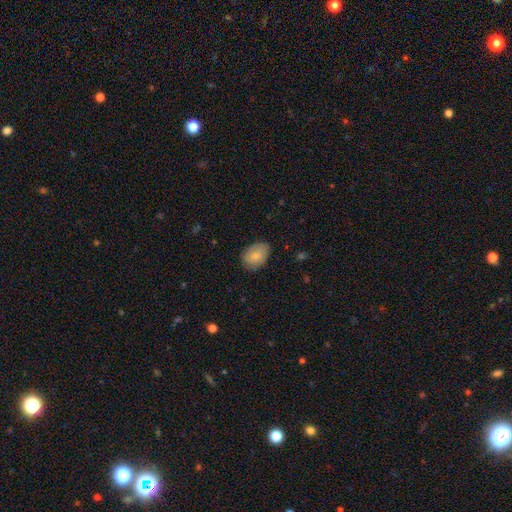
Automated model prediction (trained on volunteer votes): Smooth or featured: smooth — 79% (featured or disk — 14%)
How rounded: in between — 76% (round — 23%)
Merging: none — 77% (minor disturbance — 18%)